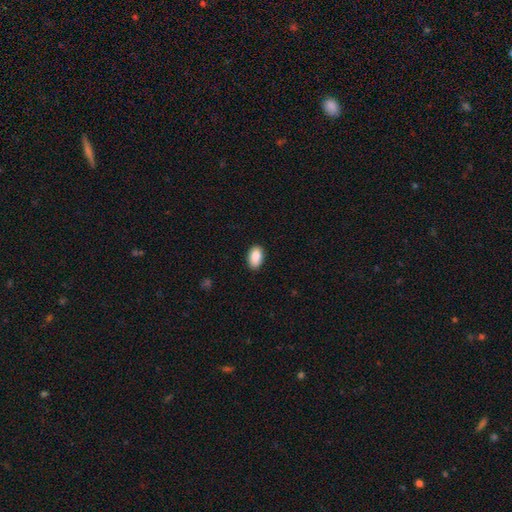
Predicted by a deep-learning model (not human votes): A smooth galaxy with no disk features (89%) that is in between round and cigar-shaped (92%). Merging: none (88%).